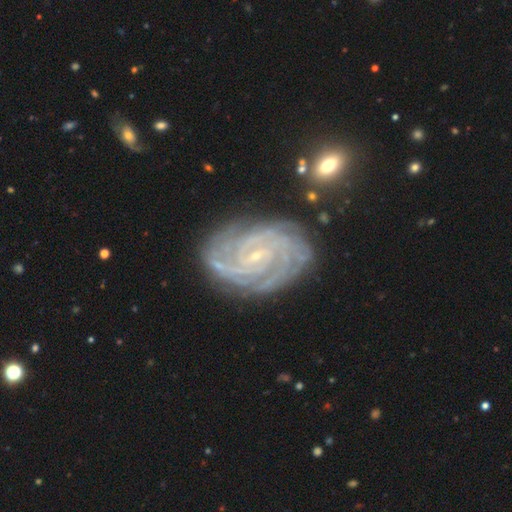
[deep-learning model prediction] smooth_or_featured: featured or disk (p=0.90) [alt: star or artifact p=0.06]
disk_edge_on: no (p=0.97) [alt: yes p=0.03]
bar: no (p=0.49) [alt: weak p=0.37]
has_spiral_arms: yes (p=0.98) [alt: no p=0.02]
spiral_winding: tight (p=0.75) [alt: medium p=0.21]
spiral_arm_count: 2 (p=0.23) [alt: 3 p=0.21]
bulge_size: small (p=0.86) [alt: moderate p=0.10]
merging: none (p=0.77) [alt: minor disturbance p=0.16]